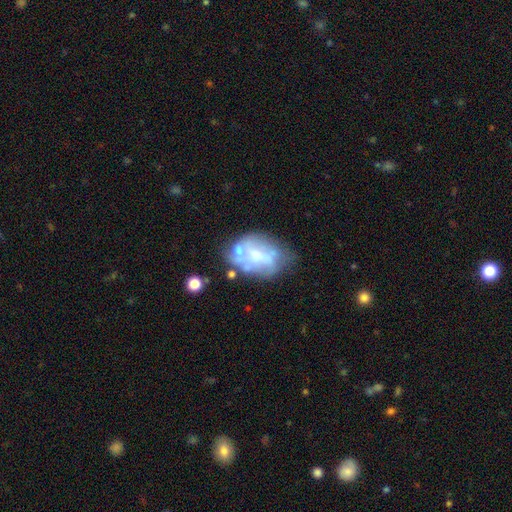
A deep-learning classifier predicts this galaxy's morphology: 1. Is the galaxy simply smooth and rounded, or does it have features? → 58% featured or disk, 32% smooth, 11% star or artifact.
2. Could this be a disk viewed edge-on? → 97% no, 3% yes.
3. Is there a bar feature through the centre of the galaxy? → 75% no, 19% weak, 6% strong.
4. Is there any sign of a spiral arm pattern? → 79% no, 21% yes.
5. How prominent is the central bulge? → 35% none, 33% small, 27% moderate, 4% large, 1% dominant.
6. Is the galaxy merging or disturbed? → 40% none, 25% minor disturbance, 20% major disturbance, 16% merger.